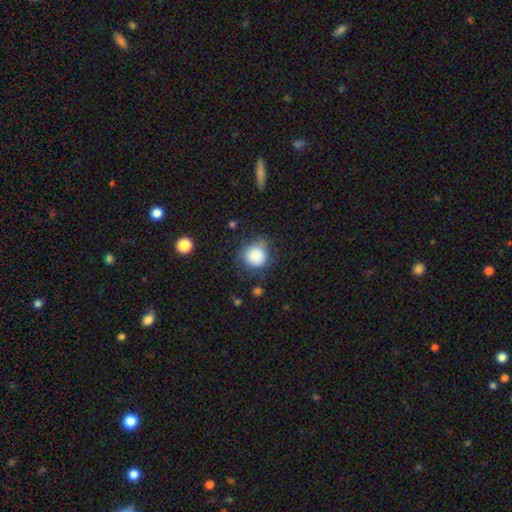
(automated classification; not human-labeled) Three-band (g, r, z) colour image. It shows a smooth galaxy with no disk features (85%) that is round (89%). Merging: none (66%).